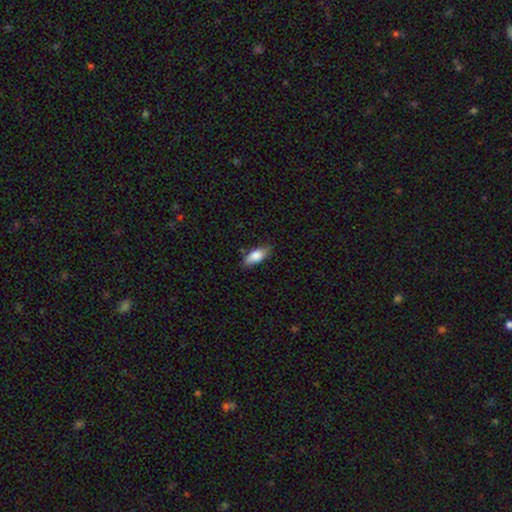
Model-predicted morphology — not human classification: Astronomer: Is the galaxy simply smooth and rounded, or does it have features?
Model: smooth — 81%.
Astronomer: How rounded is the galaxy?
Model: in between — 80%.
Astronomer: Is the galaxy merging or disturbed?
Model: none — 77%.